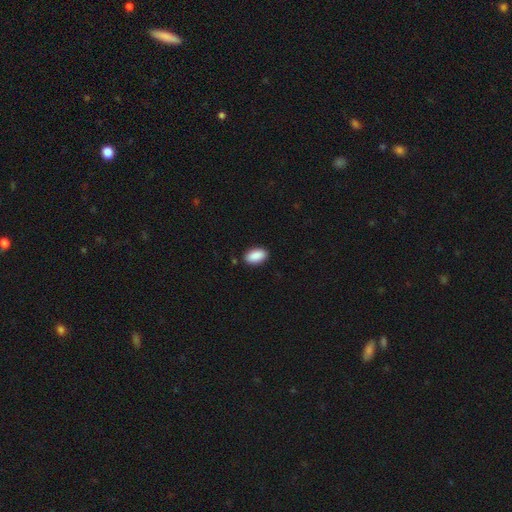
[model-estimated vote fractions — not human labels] Smooth or featured: smooth — 90% (star or artifact — 7%)
How rounded: in between — 94% (round — 4%)
Merging: none — 88% (minor disturbance — 9%)